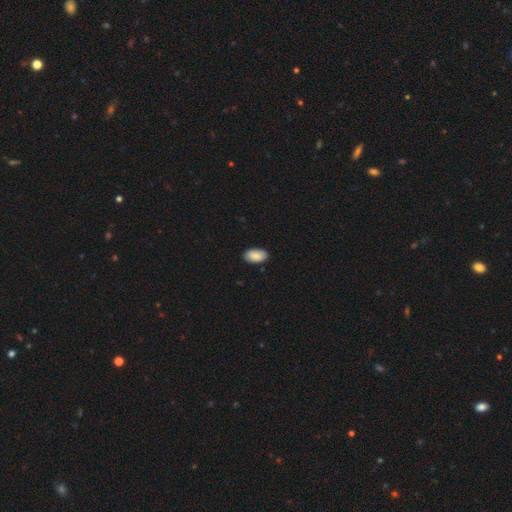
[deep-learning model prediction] A smooth galaxy with no disk features (89%) that is in between round and cigar-shaped (96%). Merging: none (88%).